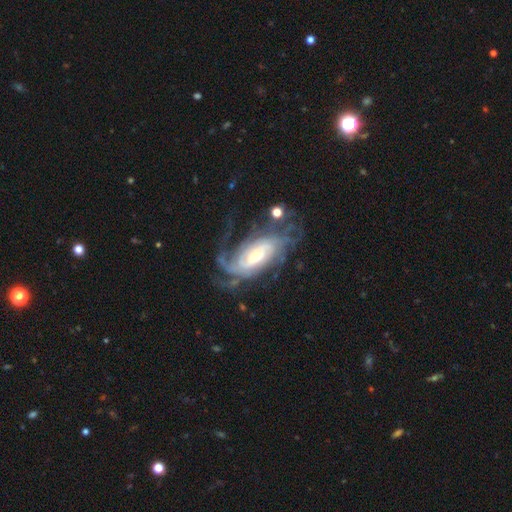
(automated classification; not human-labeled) smooth_or_featured: featured or disk (p=0.87) [alt: smooth p=0.07]
disk_edge_on: no (p=0.94) [alt: yes p=0.06]
bar: no (p=0.51) [alt: weak p=0.32]
has_spiral_arms: yes (p=0.95) [alt: no p=0.05]
spiral_winding: tight (p=0.54) [alt: medium p=0.32]
spiral_arm_count: can't tell (p=0.35) [alt: 4 p=0.18]
bulge_size: small (p=0.54) [alt: moderate p=0.39]
merging: none (p=0.54) [alt: major disturbance p=0.23]